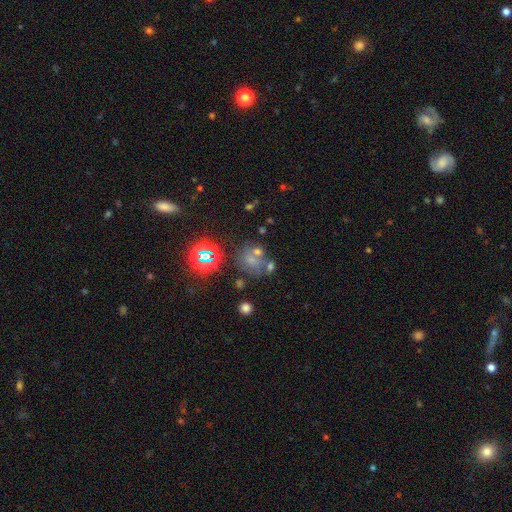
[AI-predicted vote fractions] smooth_or_featured: smooth (p=0.42) [alt: star or artifact p=0.39]
merging: none (p=0.51) [alt: merger p=0.26]